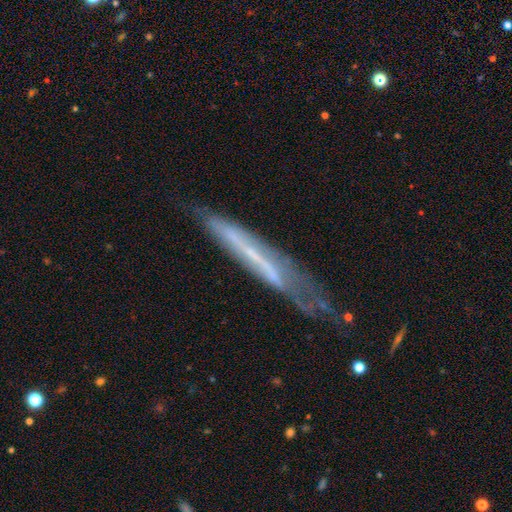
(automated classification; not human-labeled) Smooth or featured? Predicted: featured or disk (p=0.65). Edge-on disk? Predicted: yes (p=0.72). Merging? Predicted: none (p=0.58).